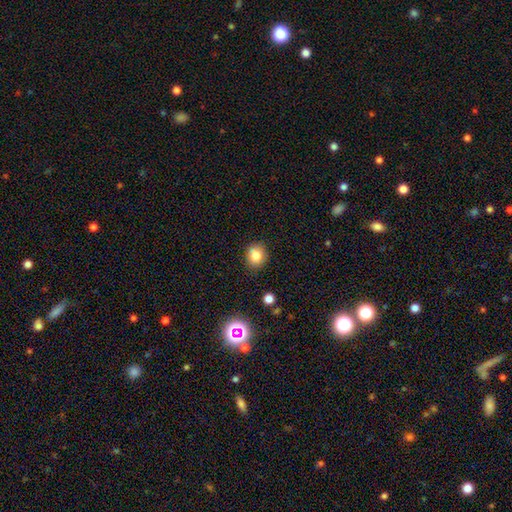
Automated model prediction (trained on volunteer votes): Overall: smooth (80%). How rounded: round (72%). Merging: none (86%).